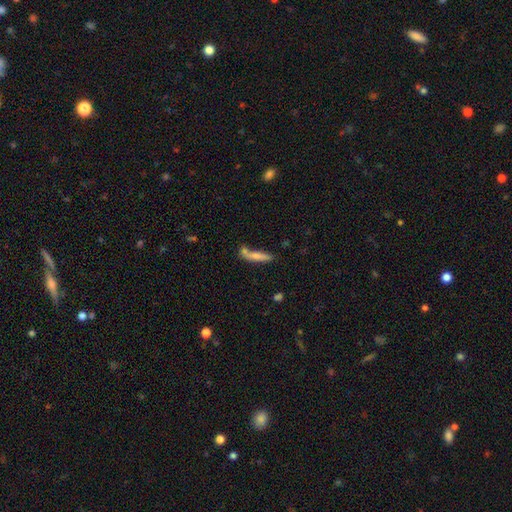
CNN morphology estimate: smooth 70%, featured or disk 22%, star or artifact 8%. Down the decision tree: how rounded — cigar-shaped (83%); merging — none (53%).